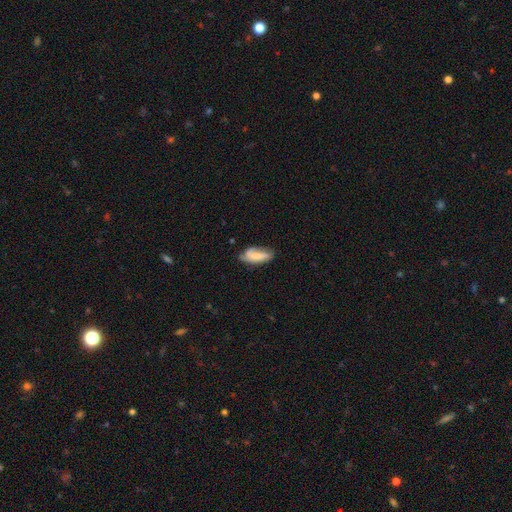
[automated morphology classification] Overall: smooth (63%; featured or disk 30%). How rounded: in between (77%). Merging: none (53%; minor disturbance 32%).